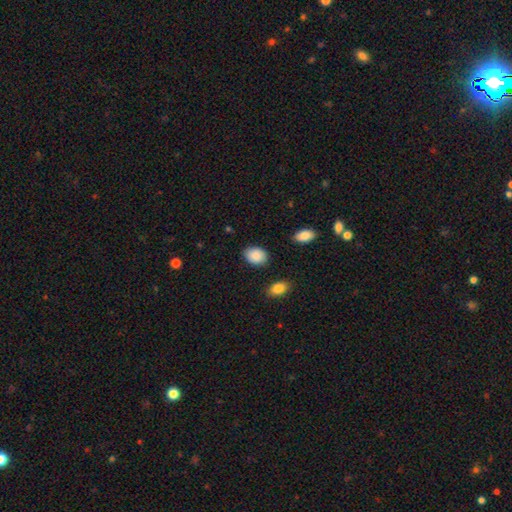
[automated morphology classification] type=smooth (89%); roundness=in between (74%); merging=none (84%).